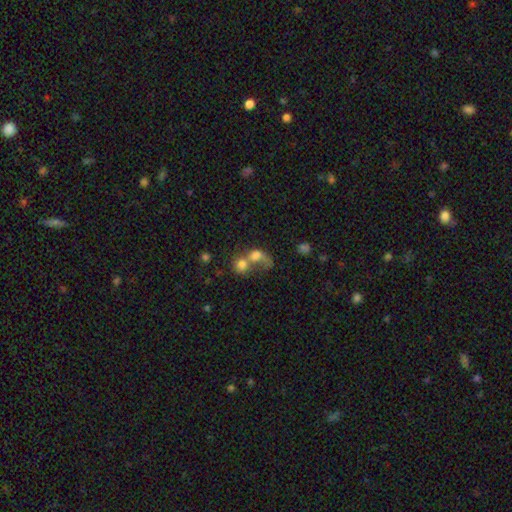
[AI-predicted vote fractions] Overall: smooth (66%). How rounded: round (60%; in between 38%). Merging: merger (71%).